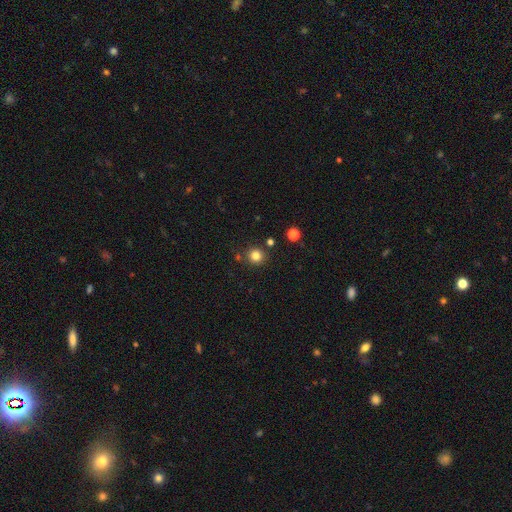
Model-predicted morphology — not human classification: The model was most divided on "smooth or featured": smooth: 82%, star or artifact: 13%, featured or disk: 5%. More confident: how rounded — round (93%); merging — none (85%).